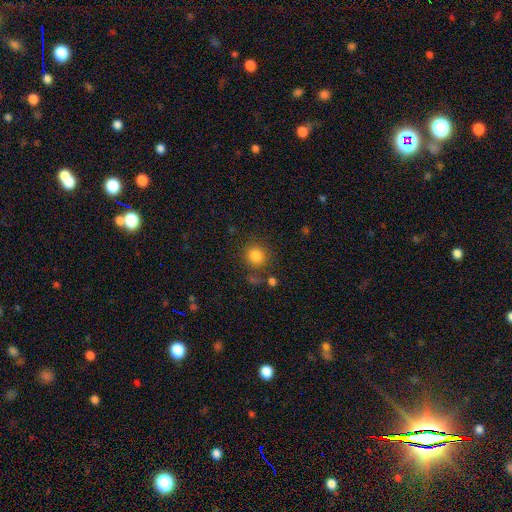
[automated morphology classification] Overall: smooth (84%). How rounded: round (89%). Merging: none (80%).